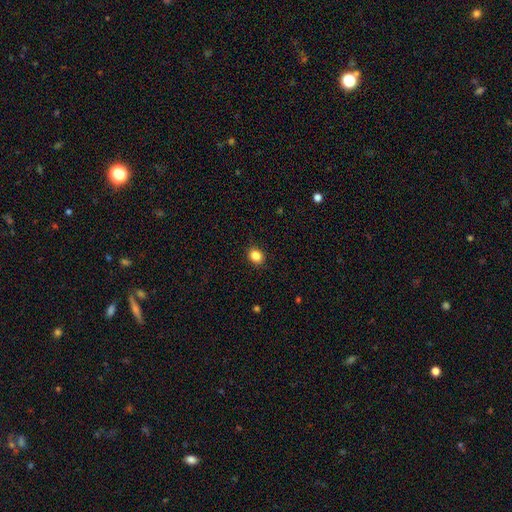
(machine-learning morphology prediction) smooth 86%, star or artifact 10%, featured or disk 4%. Down the decision tree: how rounded — round (56%); merging — none (89%).